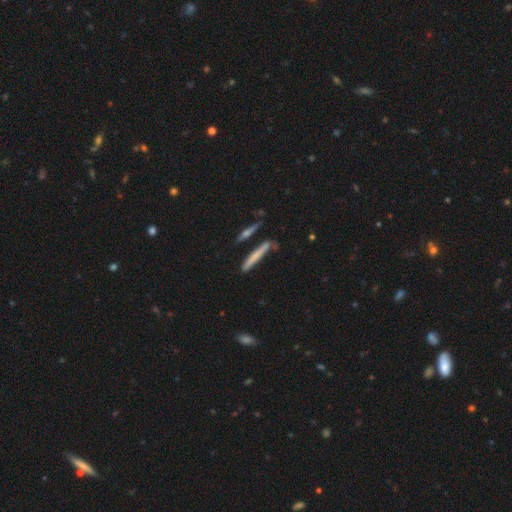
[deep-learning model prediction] Smooth or featured?
  - smooth: 58% *
  - featured or disk: 35%
  - star or artifact: 8%
How rounded?
  - cigar-shaped: 94% *
  - in between: 4%
  - round: 2%
Merging?
  - none: 74% *
  - minor disturbance: 14%
  - merger: 8%
  - major disturbance: 4%